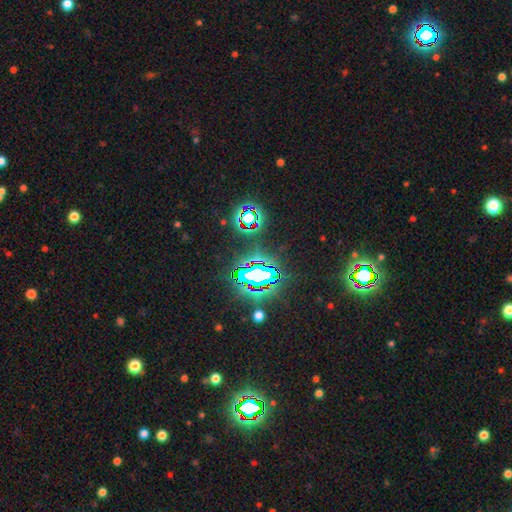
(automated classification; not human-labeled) The model was most divided on "smooth or featured": star or artifact: 85%, smooth: 9%, featured or disk: 6%.